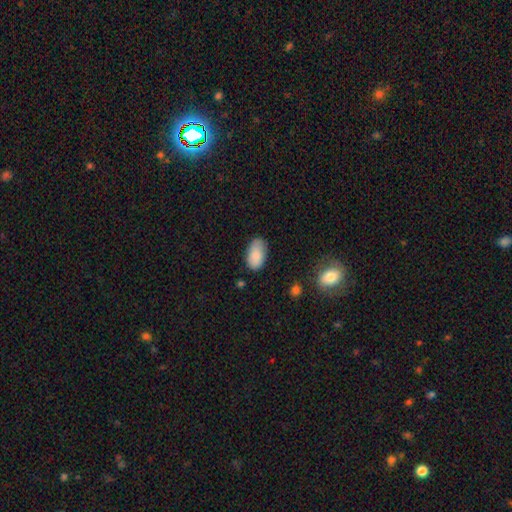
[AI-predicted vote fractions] Smooth or featured?
  - smooth: 87% *
  - star or artifact: 7%
  - featured or disk: 6%
How rounded?
  - in between: 94% *
  - round: 4%
  - cigar-shaped: 2%
Merging?
  - none: 75% *
  - minor disturbance: 20%
  - major disturbance: 4%
  - merger: 2%